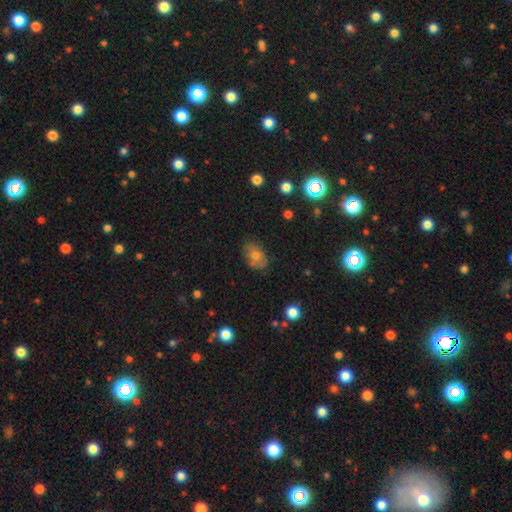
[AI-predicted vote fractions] A smooth galaxy with no disk features (67%) that is in between round and cigar-shaped (82%).

Vote fractions:
- Smooth or featured? smooth: 67% / featured or disk: 19% / star or artifact: 15%
- How rounded? in between: 82% / round: 17% / cigar-shaped: 1%
- Merging? none: 76% / minor disturbance: 18% / major disturbance: 4% / merger: 2%